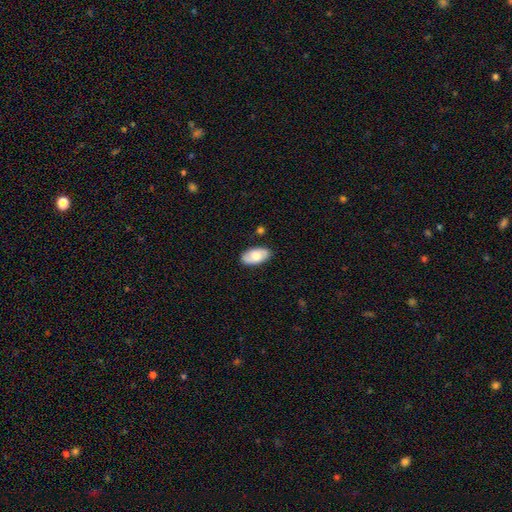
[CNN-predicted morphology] A smooth galaxy with no disk features (66%) that is in between round and cigar-shaped (94%).

Vote fractions:
- Smooth or featured? smooth: 66% / featured or disk: 28% / star or artifact: 6%
- How rounded? in between: 94% / round: 3% / cigar-shaped: 2%
- Merging? none: 85% / minor disturbance: 11% / major disturbance: 2% / merger: 2%